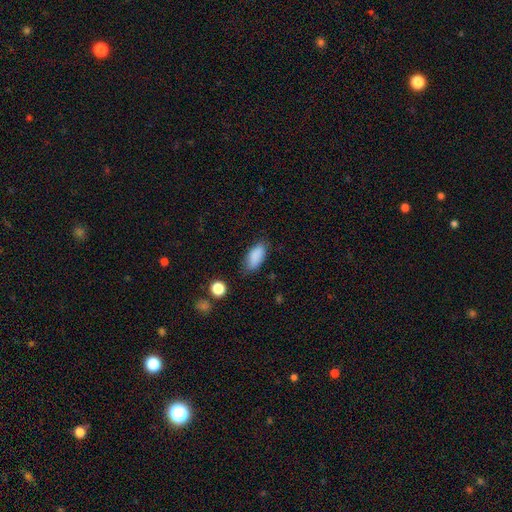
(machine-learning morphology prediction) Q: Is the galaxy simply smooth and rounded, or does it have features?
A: smooth — 87%.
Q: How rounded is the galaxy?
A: in between — 89%.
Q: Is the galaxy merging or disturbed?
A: none — 73%.